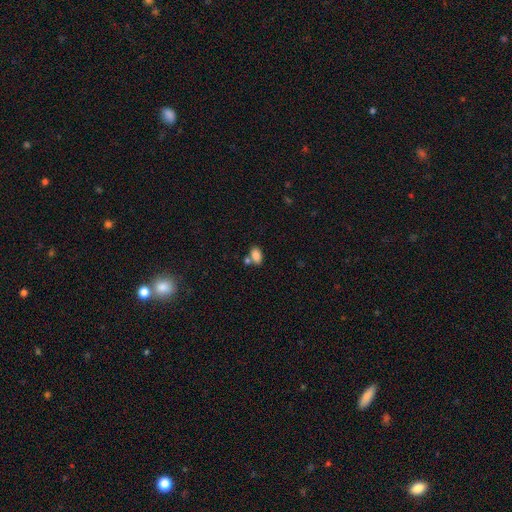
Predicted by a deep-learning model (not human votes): Q: Smooth or featured?
A: smooth (85%); runner-up: star or artifact (10%)
Q: How rounded?
A: in between (89%); runner-up: round (9%)
Q: Merging?
A: none (56%); runner-up: merger (28%)